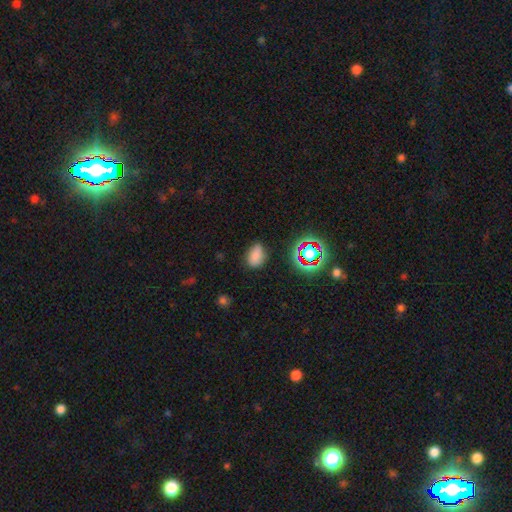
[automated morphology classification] Smooth or featured? Predicted: smooth (p=0.75). How rounded? Predicted: in between (p=0.85). Merging? Predicted: none (p=0.76).